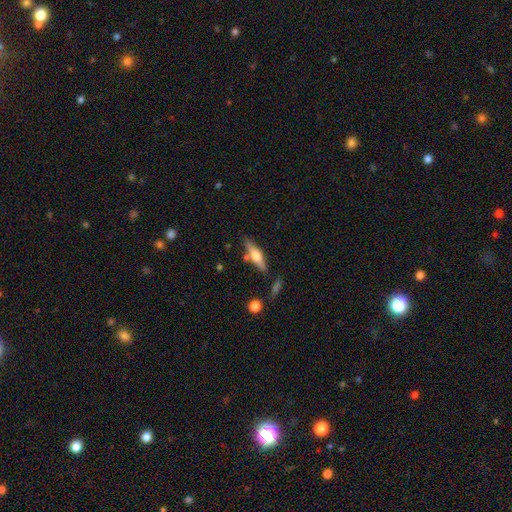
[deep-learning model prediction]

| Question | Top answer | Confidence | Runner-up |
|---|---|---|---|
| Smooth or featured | featured or disk | 50% | smooth (43%) |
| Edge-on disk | yes | 93% | no (7%) |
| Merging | none | 76% | minor disturbance (13%) |